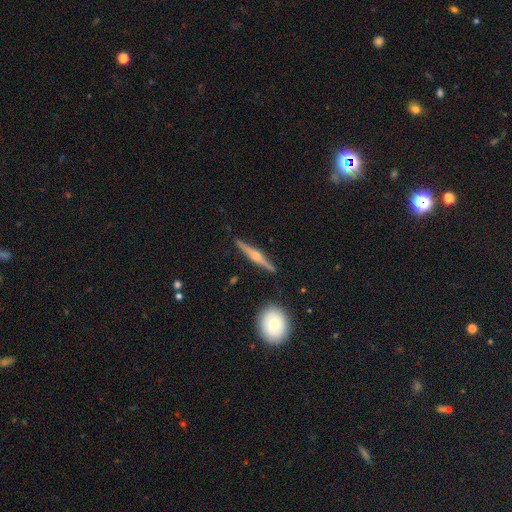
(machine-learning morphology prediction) Smooth or featured: featured or disk — 77% (smooth — 18%)
Edge-on disk: yes — 98% (no — 2%)
Edge-on bulge: rounded — 82% (boxy — 11%)
Merging: none — 88% (minor disturbance — 8%)